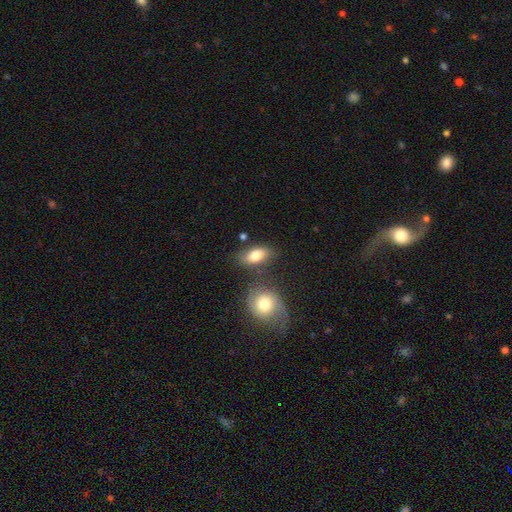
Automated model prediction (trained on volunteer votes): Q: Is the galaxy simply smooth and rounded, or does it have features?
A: smooth — 77%.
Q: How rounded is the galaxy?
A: in between — 86%.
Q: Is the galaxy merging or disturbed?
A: none — 67%.